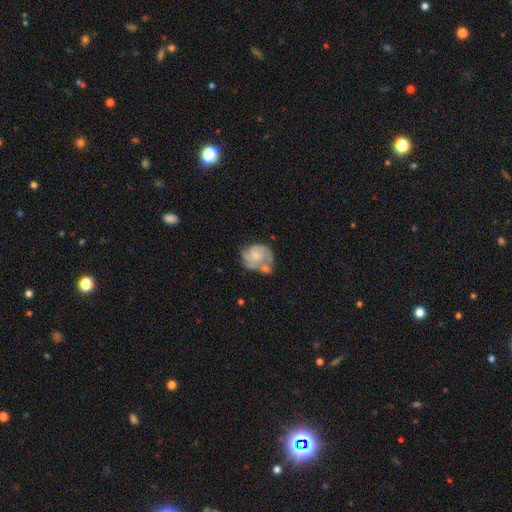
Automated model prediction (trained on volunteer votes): The model was most divided on "merging": none: 33%, merger: 32%, minor disturbance: 22%, major disturbance: 13%. More confident: edge-on disk — no (98%); spiral arms — yes (78%); bar — no (76%); smooth or featured — featured or disk (58%); bulge size — small (54%).